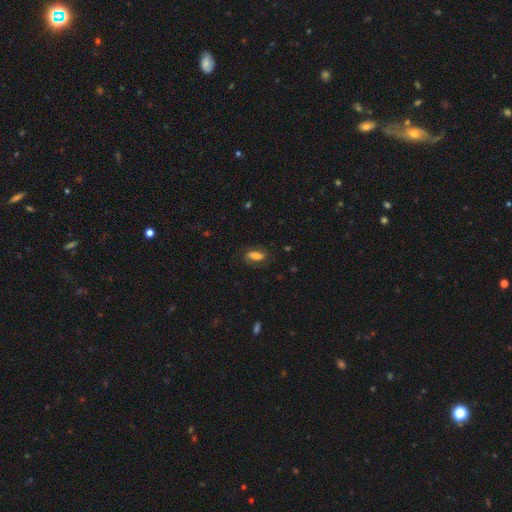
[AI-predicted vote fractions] Smooth or featured? smooth (62%)
How rounded? in between (77%)
Merging? none (71%)